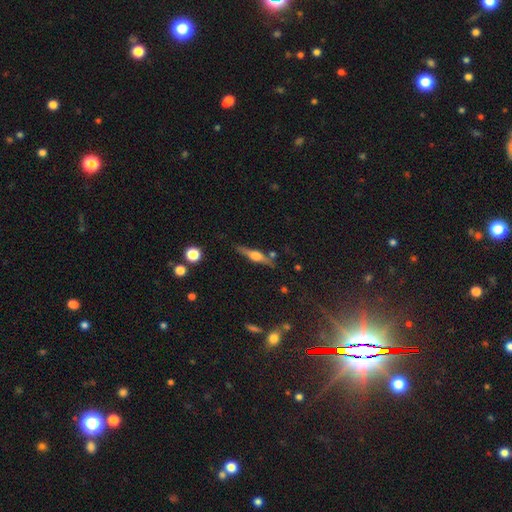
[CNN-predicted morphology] Smooth or featured?
  - featured or disk: 67% *
  - smooth: 26%
  - star or artifact: 7%
Edge-on disk?
  - yes: 96% *
  - no: 4%
Edge-on bulge?
  - rounded: 91% *
  - boxy: 7%
  - none: 2%
Merging?
  - none: 82% *
  - minor disturbance: 12%
  - merger: 4%
  - major disturbance: 3%